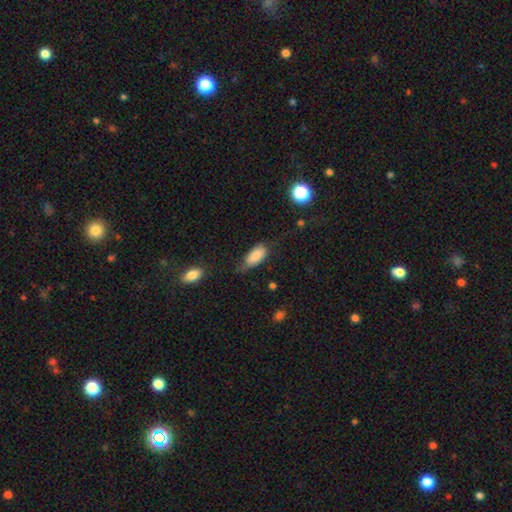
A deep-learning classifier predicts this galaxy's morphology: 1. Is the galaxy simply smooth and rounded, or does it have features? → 82% smooth, 11% featured or disk, 8% star or artifact.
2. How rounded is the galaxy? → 89% in between, 8% cigar-shaped, 3% round.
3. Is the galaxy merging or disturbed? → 44% none, 38% minor disturbance, 15% major disturbance, 3% merger.